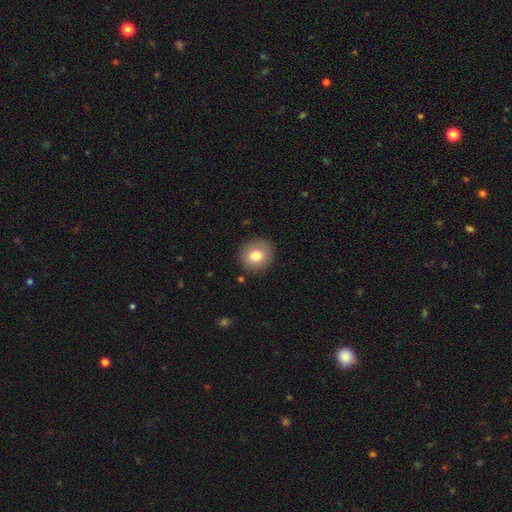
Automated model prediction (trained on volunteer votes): A smooth galaxy with no disk features (78%) that is round (87%).

Vote fractions:
- Smooth or featured? smooth: 78% / featured or disk: 13% / star or artifact: 9%
- How rounded? round: 87% / in between: 12% / cigar-shaped: 1%
- Merging? none: 88% / minor disturbance: 8% / major disturbance: 2% / merger: 1%